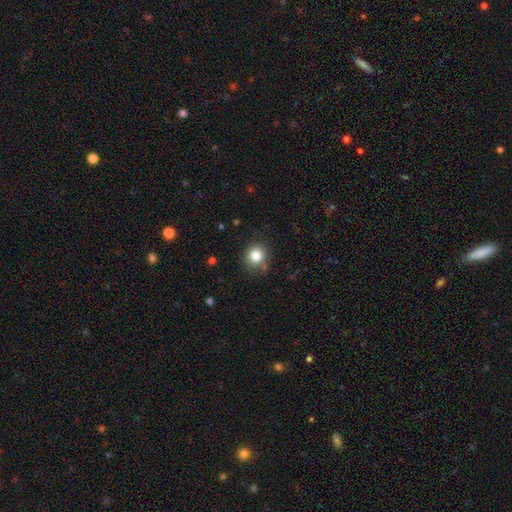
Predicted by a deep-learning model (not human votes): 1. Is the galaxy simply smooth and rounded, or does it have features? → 82% smooth, 12% star or artifact, 7% featured or disk.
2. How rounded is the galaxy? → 89% round, 11% in between, 1% cigar-shaped.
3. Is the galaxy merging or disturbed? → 83% none, 11% minor disturbance, 3% major disturbance, 2% merger.